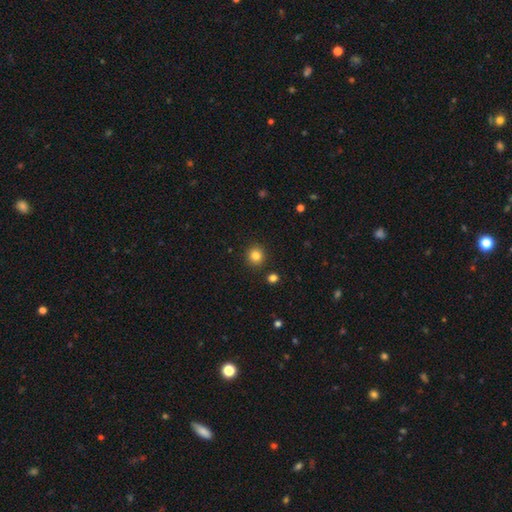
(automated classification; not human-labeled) A smooth galaxy with no disk features (84%) that is round (90%). Merging: none (90%).